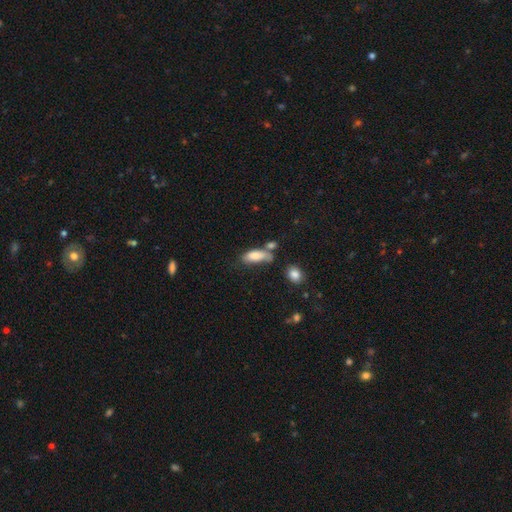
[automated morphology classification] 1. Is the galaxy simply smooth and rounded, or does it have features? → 79% smooth, 13% featured or disk, 8% star or artifact.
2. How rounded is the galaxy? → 79% in between, 18% cigar-shaped, 3% round.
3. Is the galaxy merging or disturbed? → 34% none, 28% merger, 24% minor disturbance, 14% major disturbance.